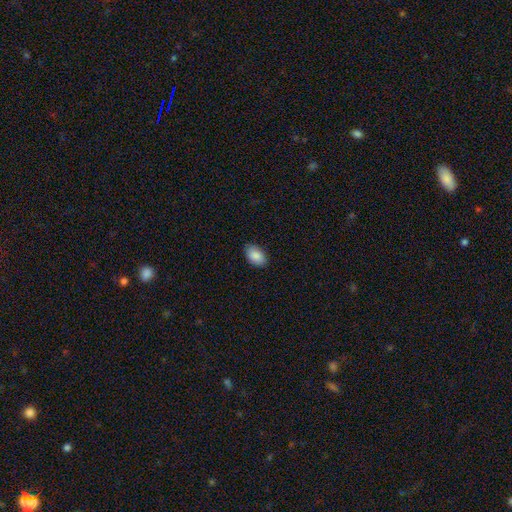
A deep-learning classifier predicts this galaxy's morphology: Smooth or featured? smooth (89%)
How rounded? in between (91%)
Merging? none (86%)